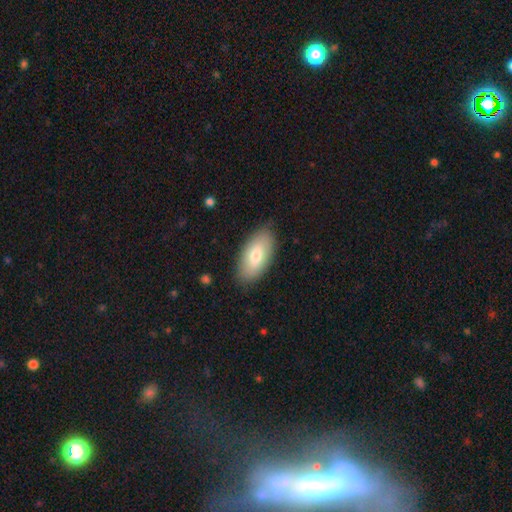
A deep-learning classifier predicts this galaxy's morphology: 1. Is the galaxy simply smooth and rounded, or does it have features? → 75% smooth, 19% featured or disk, 6% star or artifact.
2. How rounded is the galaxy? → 92% in between, 6% cigar-shaped, 2% round.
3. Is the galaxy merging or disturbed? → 85% none, 11% minor disturbance, 2% major disturbance, 1% merger.